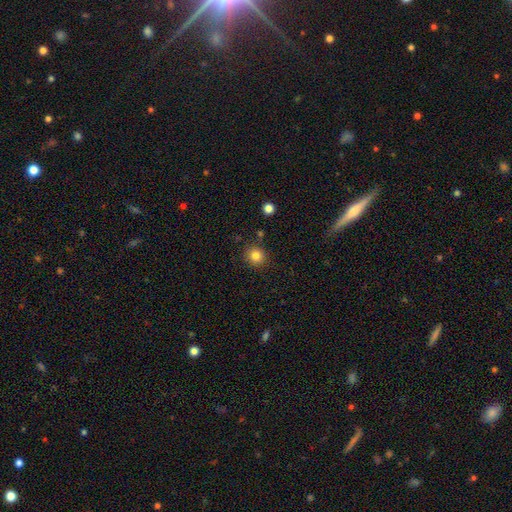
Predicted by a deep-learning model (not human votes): A smooth galaxy with no disk features (84%) that is round (90%).

Vote fractions:
- Smooth or featured? smooth: 84% / star or artifact: 11% / featured or disk: 5%
- How rounded? round: 90% / in between: 9% / cigar-shaped: 1%
- Merging? none: 86% / minor disturbance: 8% / merger: 3% / major disturbance: 2%